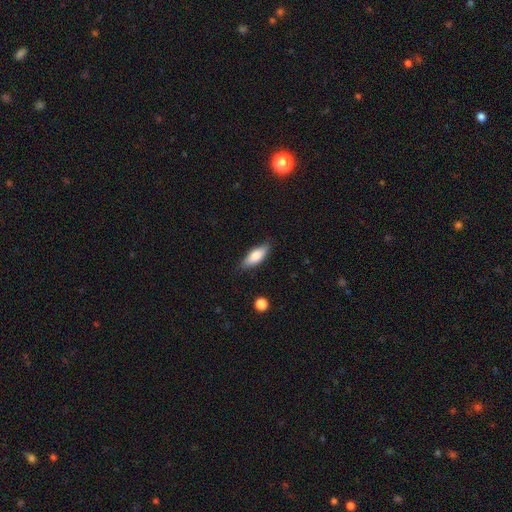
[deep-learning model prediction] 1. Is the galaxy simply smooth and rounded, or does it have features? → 78% smooth, 16% featured or disk, 6% star or artifact.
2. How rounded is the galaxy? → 69% in between, 29% cigar-shaped, 2% round.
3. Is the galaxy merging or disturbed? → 81% none, 15% minor disturbance, 3% major disturbance, 1% merger.